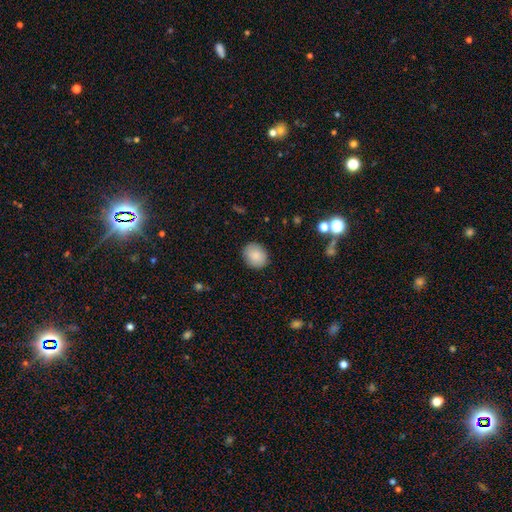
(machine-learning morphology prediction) Smooth or featured: smooth — 87% (star or artifact — 7%)
How rounded: round — 61% (in between — 38%)
Merging: none — 87% (minor disturbance — 10%)